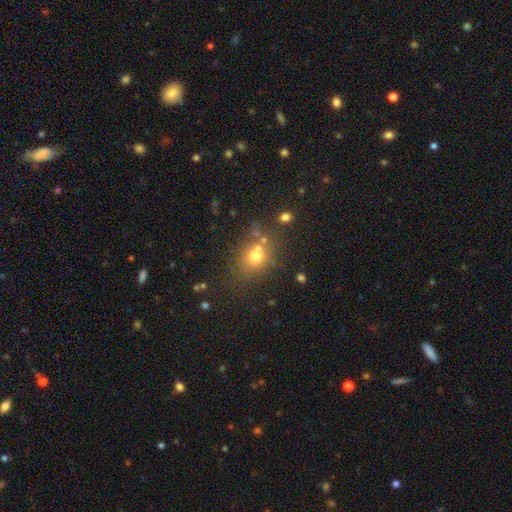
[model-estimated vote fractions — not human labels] A smooth galaxy with no disk features (66%) that is round (65%).

Vote fractions:
- Smooth or featured? smooth: 66% / star or artifact: 21% / featured or disk: 13%
- How rounded? round: 65% / in between: 34% / cigar-shaped: 1%
- Merging? none: 63% / merger: 17% / minor disturbance: 14% / major disturbance: 6%